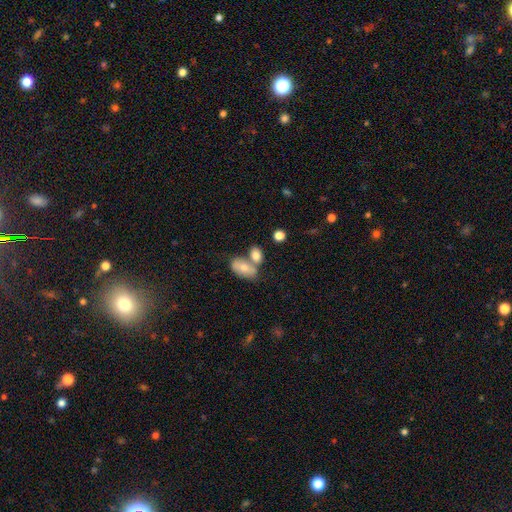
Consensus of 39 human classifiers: Volunteers were most divided on "merging": merger: 57%, none: 35%, minor disturbance: 5%, major disturbance: 3%. More confident: smooth or featured — smooth (92%); how rounded — in between (86%).